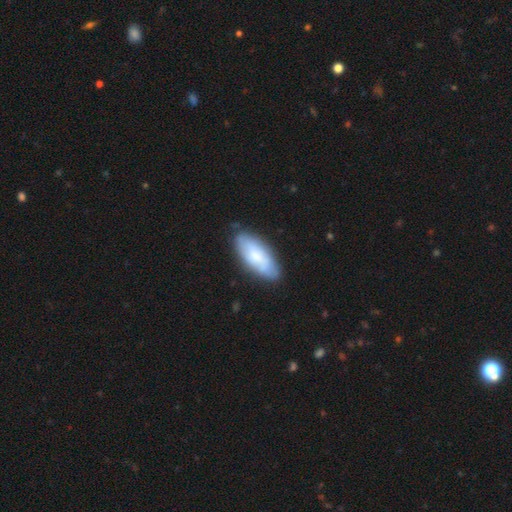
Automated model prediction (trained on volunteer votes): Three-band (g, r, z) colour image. It shows a smooth galaxy with no disk features (65%) that is in between round and cigar-shaped (81%). Merging: none (79%).